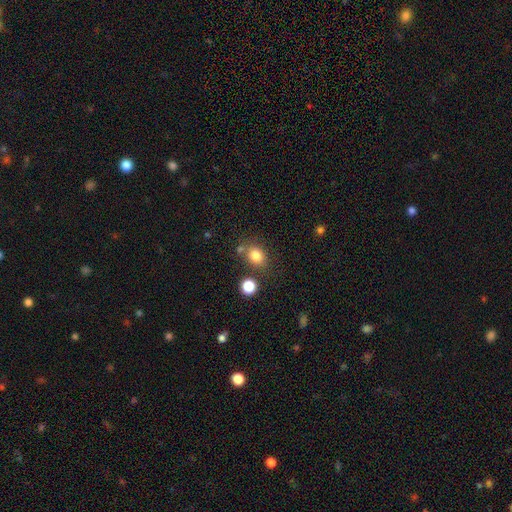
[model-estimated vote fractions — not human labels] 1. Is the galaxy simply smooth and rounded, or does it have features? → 81% smooth, 12% star or artifact, 7% featured or disk.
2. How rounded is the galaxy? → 53% round, 46% in between, 1% cigar-shaped.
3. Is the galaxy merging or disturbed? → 71% none, 13% minor disturbance, 12% merger, 4% major disturbance.